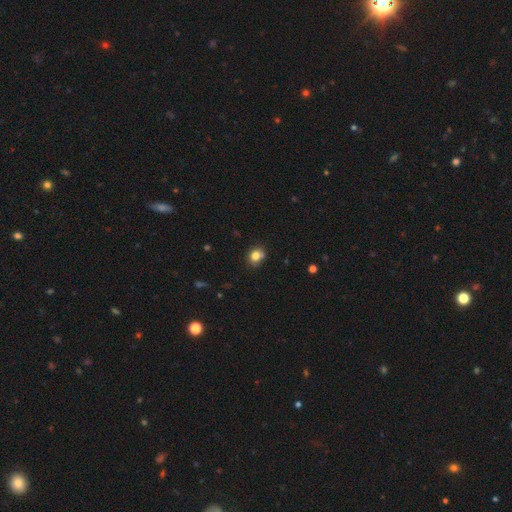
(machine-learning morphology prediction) The model was most divided on "how rounded": round: 69%, in between: 30%, cigar-shaped: 1%. More confident: smooth or featured — smooth (79%); merging — none (67%).